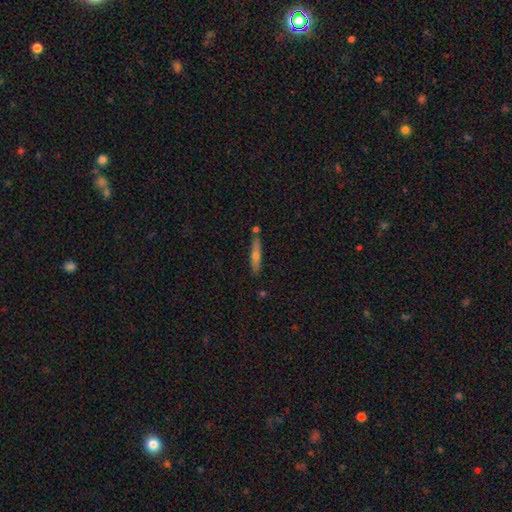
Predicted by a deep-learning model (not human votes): This is possibly a featured or disk galaxy (54%). It is clearly viewed edge-on (91%). Merging: clearly none (83%).